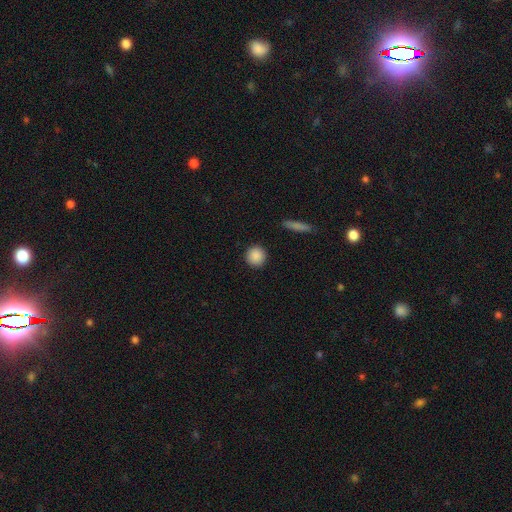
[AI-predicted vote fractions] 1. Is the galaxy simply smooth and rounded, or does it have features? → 89% smooth, 8% star or artifact, 3% featured or disk.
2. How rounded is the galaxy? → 93% round, 6% in between, 1% cigar-shaped.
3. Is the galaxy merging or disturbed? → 92% none, 5% minor disturbance, 2% major disturbance, 1% merger.